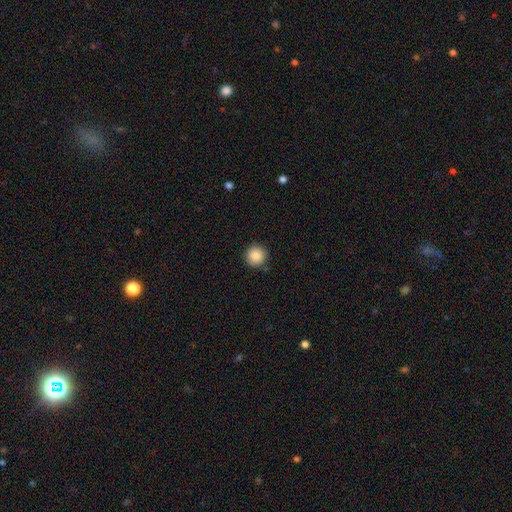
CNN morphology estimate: Smooth or featured? smooth (87%)
How rounded? round (95%)
Merging? none (90%)